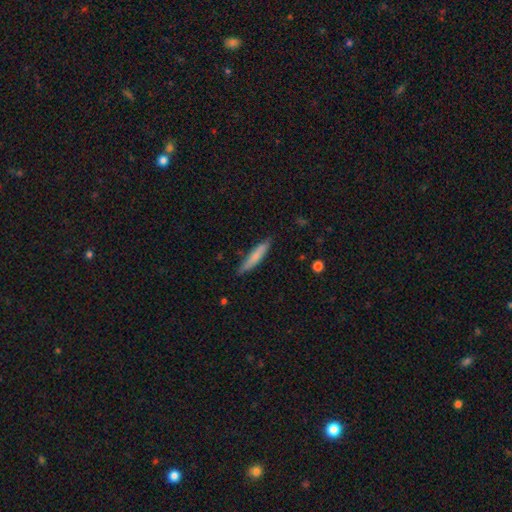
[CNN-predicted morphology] A smooth galaxy with no disk features (73%) that is cigar-shaped (90%).

Vote fractions:
- Smooth or featured? smooth: 73% / featured or disk: 21% / star or artifact: 6%
- How rounded? cigar-shaped: 90% / in between: 9% / round: 1%
- Merging? none: 83% / minor disturbance: 14% / major disturbance: 2% / merger: 1%